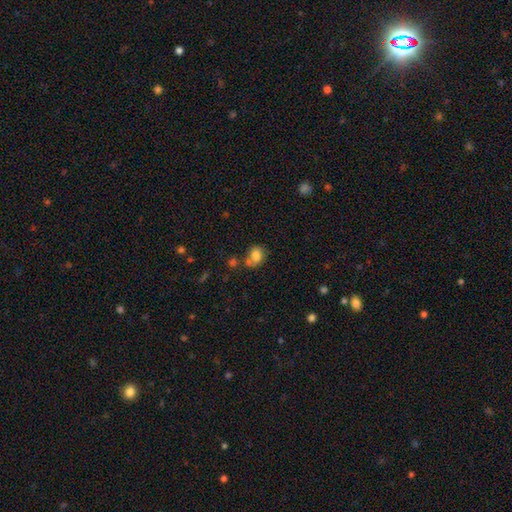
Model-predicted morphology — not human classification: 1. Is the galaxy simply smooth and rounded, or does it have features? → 81% smooth, 10% star or artifact, 9% featured or disk.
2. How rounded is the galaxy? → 63% round, 36% in between, 1% cigar-shaped.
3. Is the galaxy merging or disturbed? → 52% none, 22% merger, 19% minor disturbance, 7% major disturbance.